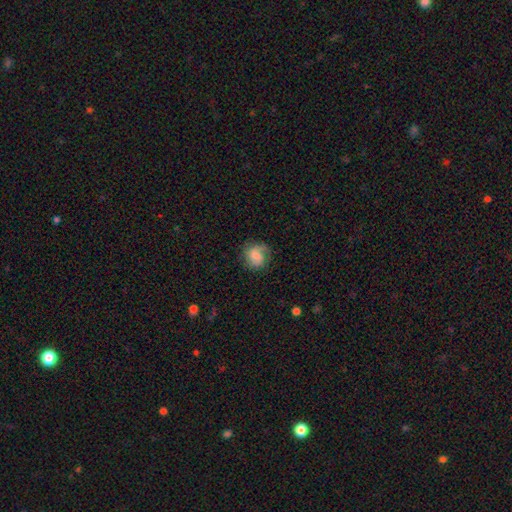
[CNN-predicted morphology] Q: Smooth or featured?
A: smooth (49%); runner-up: featured or disk (42%)
Q: Merging?
A: none (66%); runner-up: minor disturbance (20%)